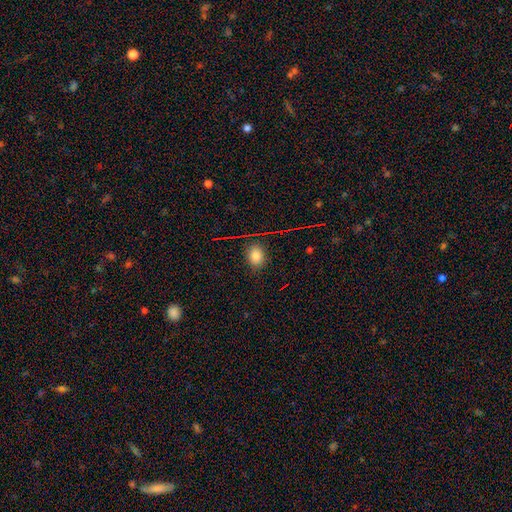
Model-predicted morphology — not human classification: This is likely a smooth galaxy (78%). How rounded: possibly in between (56%). Merging: clearly none (82%).